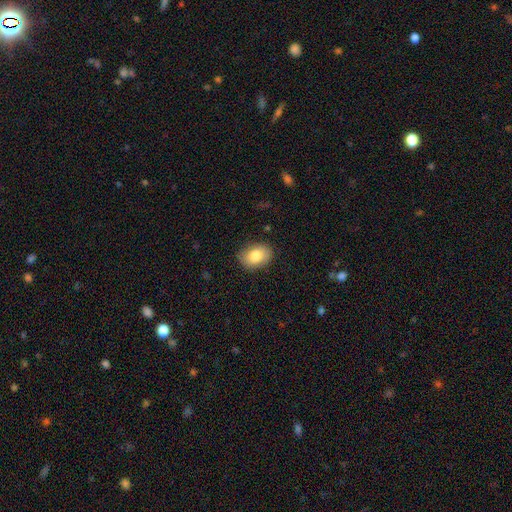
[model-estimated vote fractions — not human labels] This is clearly a smooth galaxy (82%). How rounded: likely in between (74%). Merging: clearly none (84%).